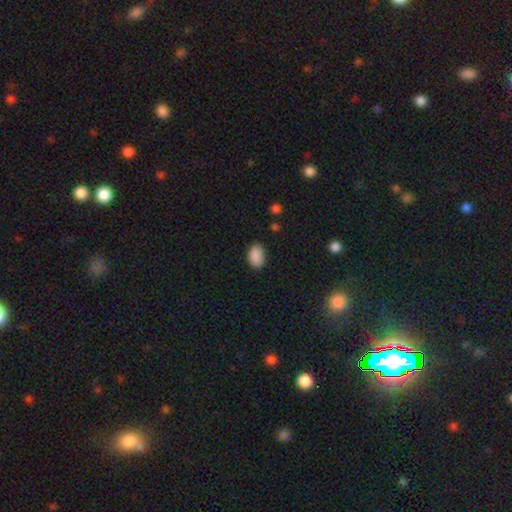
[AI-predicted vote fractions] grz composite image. It shows a smooth galaxy with no disk features (89%) that is in between round and cigar-shaped (88%). Merging: none (84%).